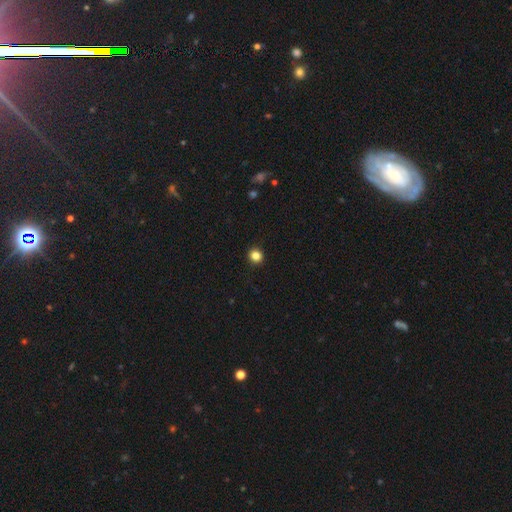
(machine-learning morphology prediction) Q: Smooth or featured?
A: smooth (84%); runner-up: star or artifact (12%)
Q: How rounded?
A: round (91%); runner-up: in between (8%)
Q: Merging?
A: none (93%); runner-up: minor disturbance (4%)